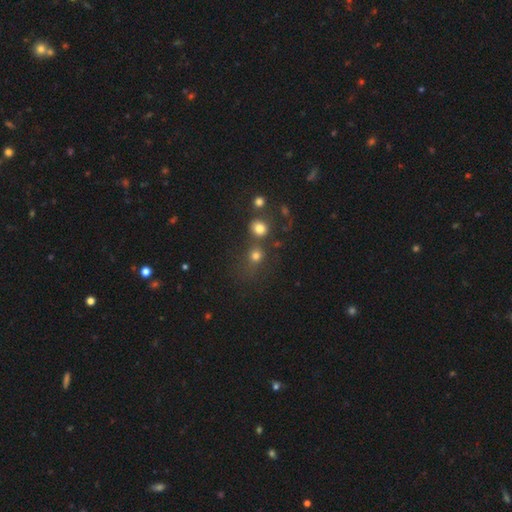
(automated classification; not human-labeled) A smooth galaxy with no disk features (62%) that is round (82%).

Vote fractions:
- Smooth or featured? smooth: 62% / star or artifact: 27% / featured or disk: 11%
- How rounded? round: 82% / in between: 17% / cigar-shaped: 1%
- Merging? none: 50% / merger: 33% / minor disturbance: 10% / major disturbance: 7%